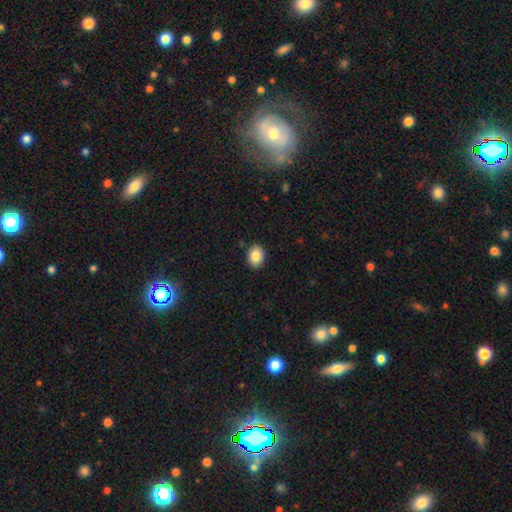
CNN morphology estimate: A smooth galaxy with no disk features (86%) that is in between round and cigar-shaped (61%). Merging: none (89%).